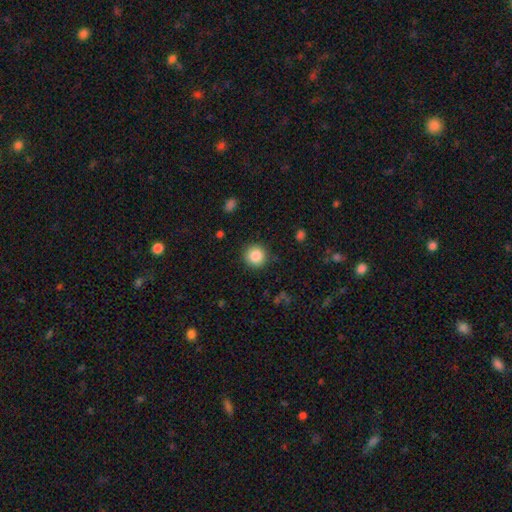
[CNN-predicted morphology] Q: Smooth or featured?
A: smooth (86%); runner-up: star or artifact (10%)
Q: How rounded?
A: round (94%); runner-up: in between (5%)
Q: Merging?
A: none (89%); runner-up: minor disturbance (7%)